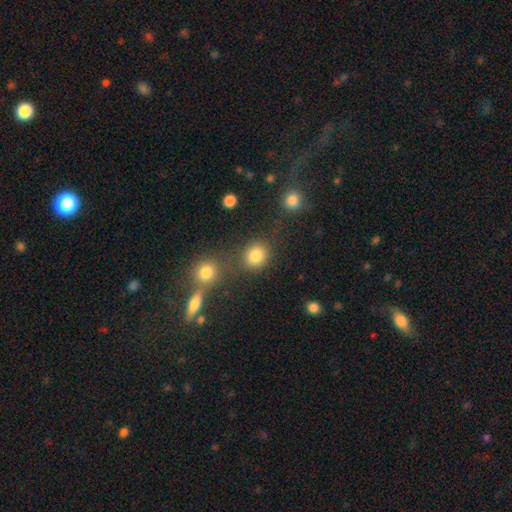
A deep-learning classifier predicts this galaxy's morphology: This is clearly a smooth galaxy (83%). How rounded: likely round (77%). Merging: likely none (70%).